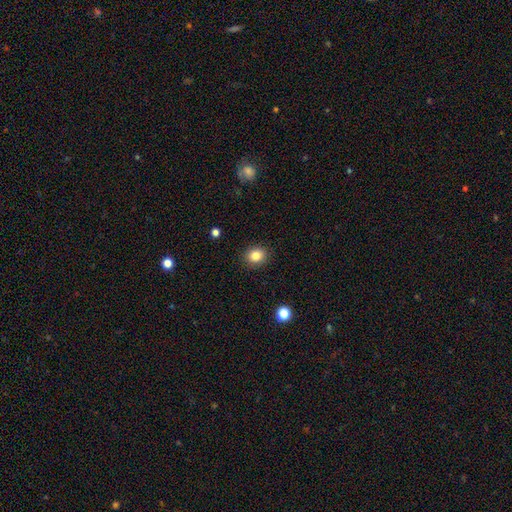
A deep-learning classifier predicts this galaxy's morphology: A smooth galaxy with no disk features (84%) that is round (71%).

Vote fractions:
- Smooth or featured? smooth: 84% / star or artifact: 11% / featured or disk: 6%
- How rounded? round: 71% / in between: 28% / cigar-shaped: 1%
- Merging? none: 90% / minor disturbance: 7% / major disturbance: 2% / merger: 1%